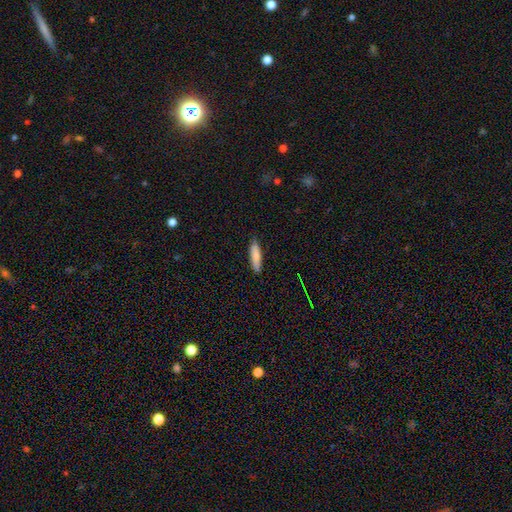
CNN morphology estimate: Smooth or featured? Predicted: smooth (p=0.84). How rounded? Predicted: cigar-shaped (p=0.73). Merging? Predicted: none (p=0.87).